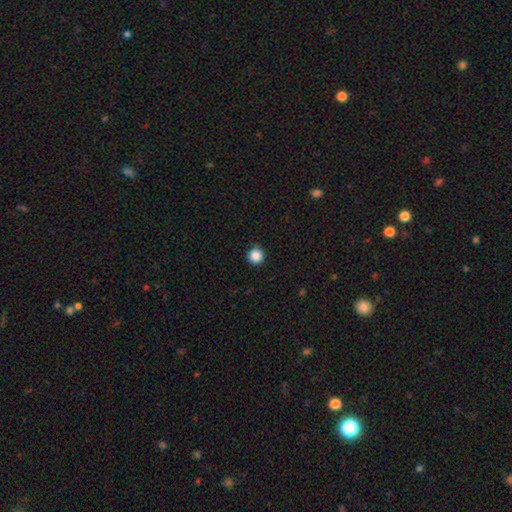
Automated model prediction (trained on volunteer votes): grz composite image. It shows a smooth galaxy with no disk features (87%) that is round (96%). Merging: none (92%).